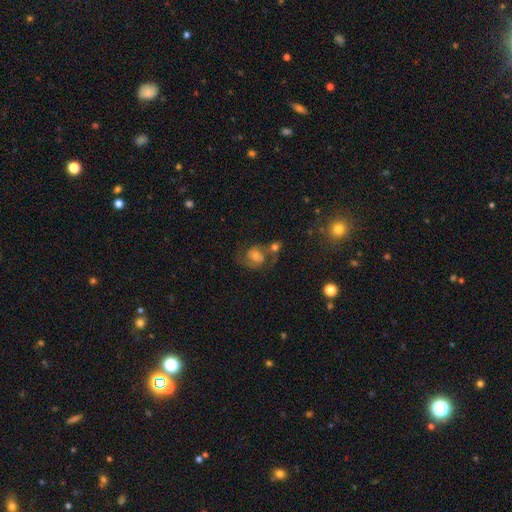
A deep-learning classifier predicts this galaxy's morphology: type=featured or disk (63%); edge-on=no (98%); bar=no (47%); spiral arms=yes (88%); winding=medium (54%); arm count=2 (84%); bulge=moderate (40%); merging=none (51%).